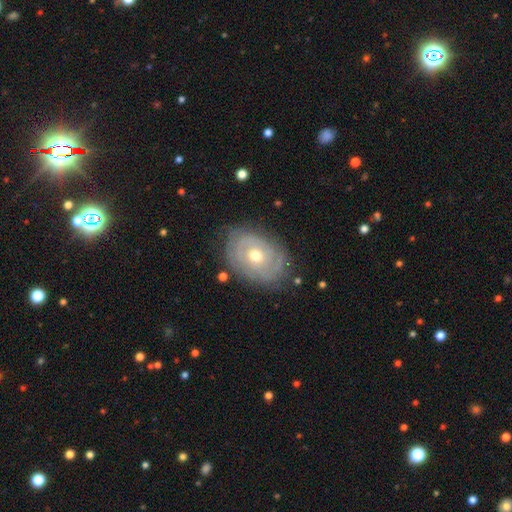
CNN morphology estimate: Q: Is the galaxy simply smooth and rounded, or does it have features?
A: featured or disk — 75%.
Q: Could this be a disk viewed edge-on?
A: no — 96%.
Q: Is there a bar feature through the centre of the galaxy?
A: no — 82%.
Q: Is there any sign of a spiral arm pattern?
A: yes — 76%.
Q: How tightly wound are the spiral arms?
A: tight — 75%.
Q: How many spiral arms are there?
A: can't tell — 46%.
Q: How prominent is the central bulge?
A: moderate — 75%.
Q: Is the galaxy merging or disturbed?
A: none — 76%.